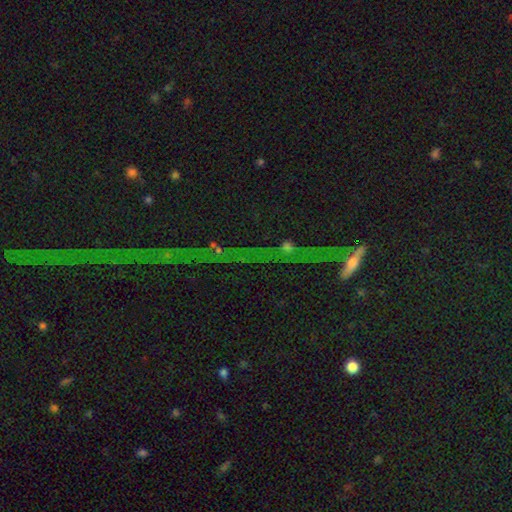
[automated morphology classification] Smooth or featured?
  - star or artifact: 75% *
  - featured or disk: 14%
  - smooth: 11%